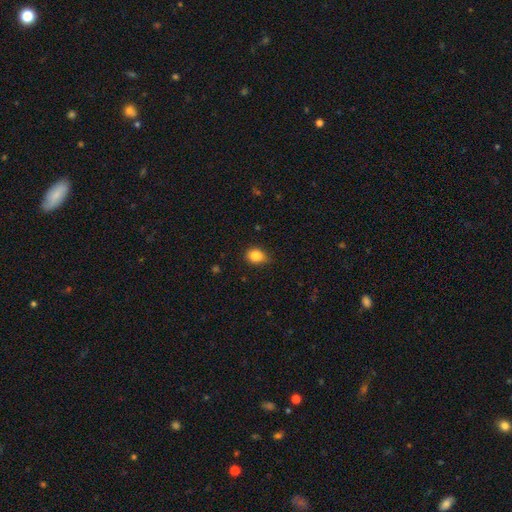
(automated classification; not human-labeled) Overall: smooth (85%). How rounded: in between (50%; round 49%). Merging: none (70%).